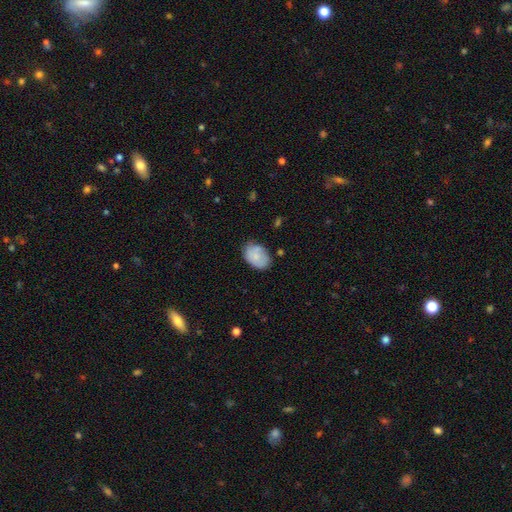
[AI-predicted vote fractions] smooth_or_featured: smooth (p=0.77) [alt: featured or disk p=0.16]
how_rounded: in between (p=0.84) [alt: round p=0.15]
merging: none (p=0.68) [alt: minor disturbance p=0.24]